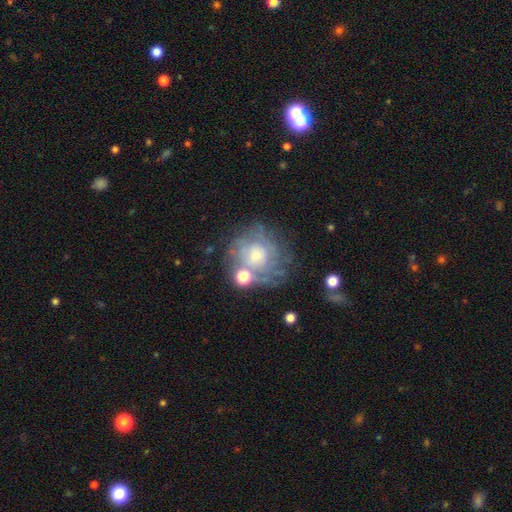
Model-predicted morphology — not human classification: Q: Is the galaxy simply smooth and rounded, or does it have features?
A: featured or disk — 58%.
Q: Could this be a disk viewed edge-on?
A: no — 97%.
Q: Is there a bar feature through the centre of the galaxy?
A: no — 81%.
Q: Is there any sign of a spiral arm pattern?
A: yes — 61%.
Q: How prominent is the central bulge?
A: small — 43%.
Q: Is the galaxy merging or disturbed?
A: none — 58%.